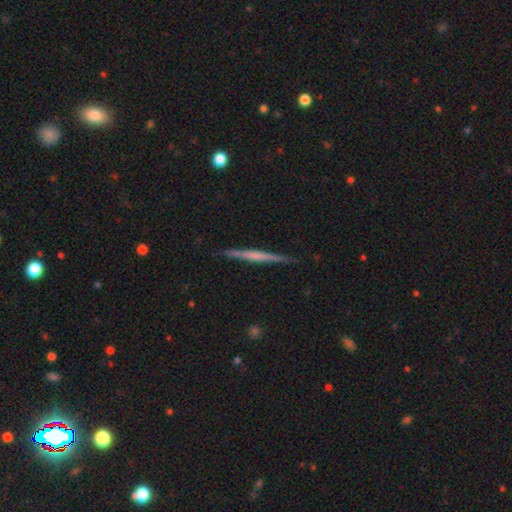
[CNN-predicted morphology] Smooth or featured? featured or disk (62%)
Edge-on disk? yes (98%)
Edge-on bulge? none (60%)
Merging? none (91%)